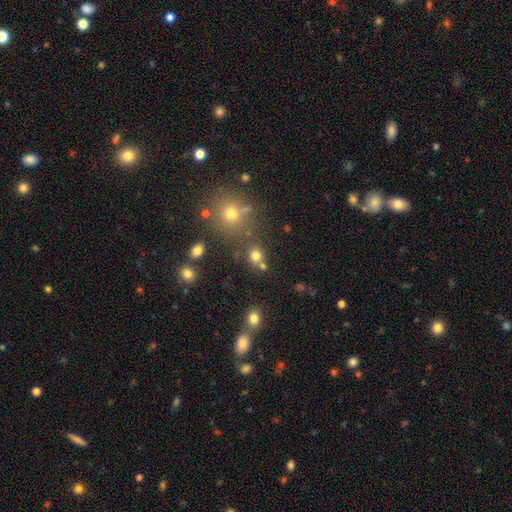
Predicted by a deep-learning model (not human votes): The model was most divided on "merging": none: 64%, merger: 22%, minor disturbance: 9%, major disturbance: 5%. More confident: how rounded — round (83%); smooth or featured — smooth (75%).